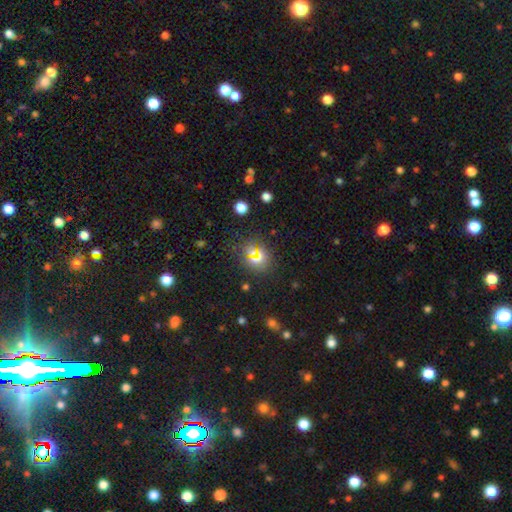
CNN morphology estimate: smooth 50%, star or artifact 39%, featured or disk 11%. Down the decision tree: how rounded — round (79%); merging — none (78%).